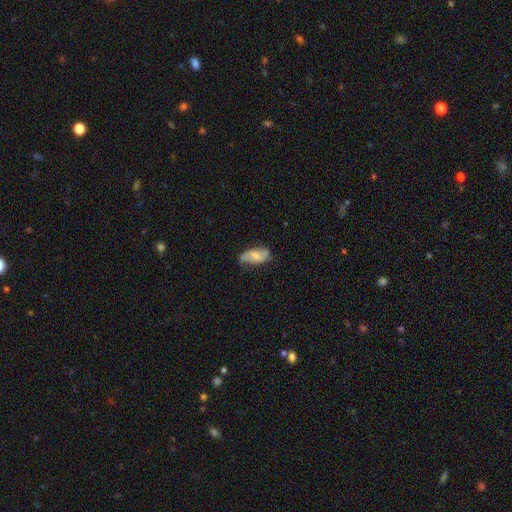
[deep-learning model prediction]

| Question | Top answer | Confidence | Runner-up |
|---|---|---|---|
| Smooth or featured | featured or disk | 60% | smooth (33%) |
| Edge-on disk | no | 94% | yes (6%) |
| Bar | no | 53% | weak (38%) |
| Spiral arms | yes | 89% | no (11%) |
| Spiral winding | loose | 51% | medium (35%) |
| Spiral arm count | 2 | 86% | can't tell (7%) |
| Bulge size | moderate | 46% | small (38%) |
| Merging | none | 64% | minor disturbance (26%) |